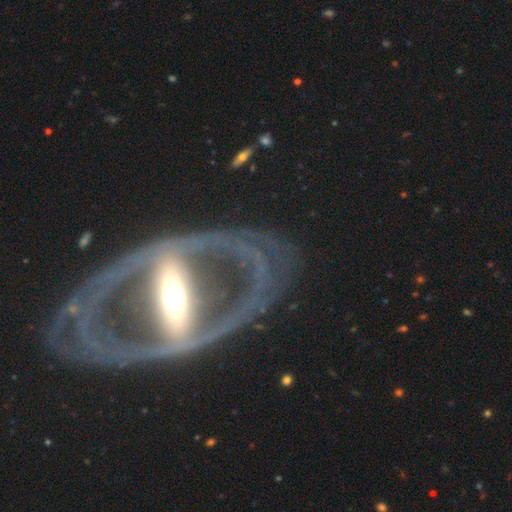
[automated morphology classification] Smooth or featured: featured or disk — 88% (smooth — 7%)
Edge-on disk: no — 79% (yes — 21%)
Bar: strong — 78% (weak — 13%)
Spiral arms: yes — 53% (no — 47%)
Bulge size: moderate — 55% (large — 25%)
Merging: none — 69% (major disturbance — 17%)